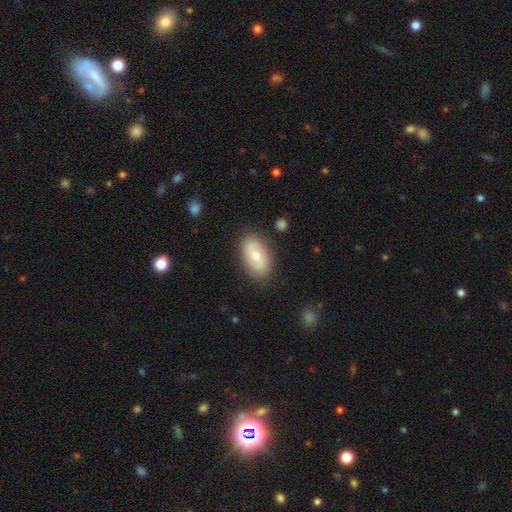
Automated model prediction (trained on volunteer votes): Overall: smooth (53%; featured or disk 41%). How rounded: in between (91%). Merging: none (84%).